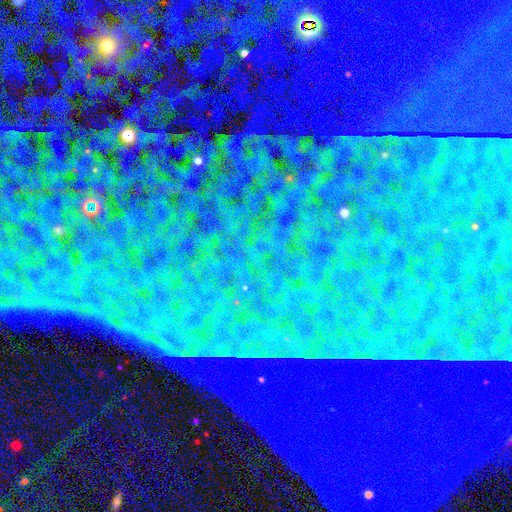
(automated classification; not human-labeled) Smooth or featured: star or artifact — 86% (featured or disk — 7%)